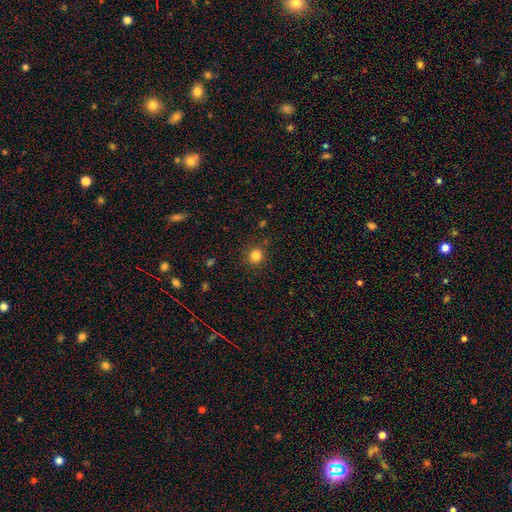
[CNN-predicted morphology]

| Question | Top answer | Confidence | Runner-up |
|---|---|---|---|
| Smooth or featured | smooth | 84% | star or artifact (12%) |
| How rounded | round | 90% | in between (9%) |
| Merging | none | 88% | minor disturbance (8%) |